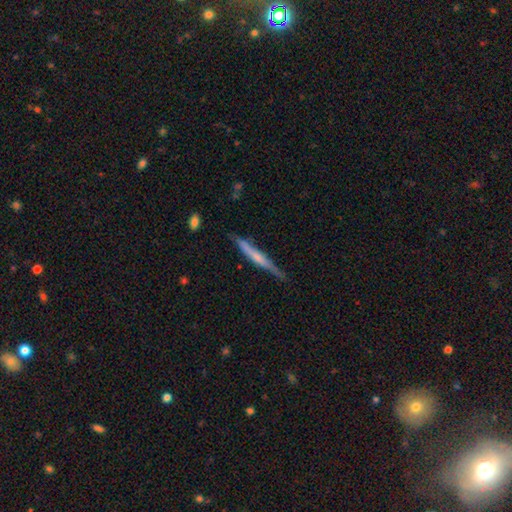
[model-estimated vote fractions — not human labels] Morphology: type=featured or disk (51%); edge-on=yes (95%); merging=none (74%).